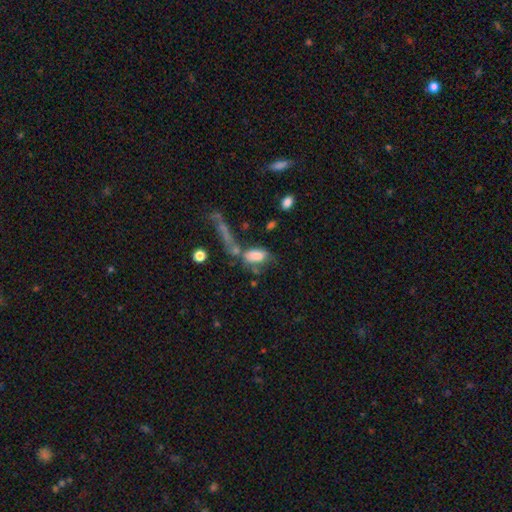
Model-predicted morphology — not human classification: This appears to be a smooth galaxy with no disk features (71%) that is in between round and cigar-shaped (86%). Merging: merger (33%).